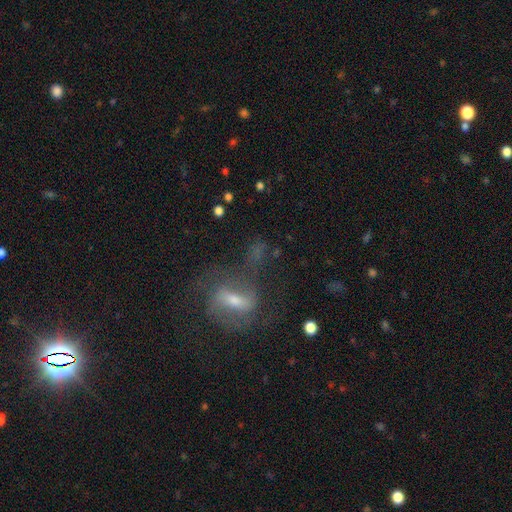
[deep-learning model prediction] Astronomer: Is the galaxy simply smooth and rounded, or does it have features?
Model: featured or disk — 59%.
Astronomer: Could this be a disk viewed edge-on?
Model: no — 91%.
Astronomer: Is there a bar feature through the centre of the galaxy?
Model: weak — 42% (runner-up: strong, 40%).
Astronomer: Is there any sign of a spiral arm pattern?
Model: yes — 77%.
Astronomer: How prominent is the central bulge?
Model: moderate — 45% (runner-up: small, 40%).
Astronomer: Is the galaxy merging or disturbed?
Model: none — 57%.